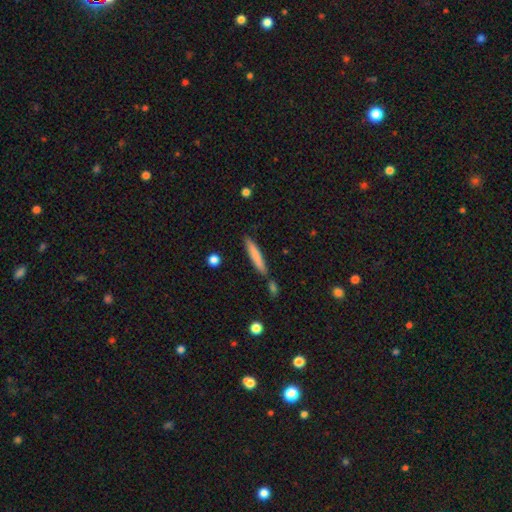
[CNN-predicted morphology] Smooth or featured? smooth (77%)
How rounded? cigar-shaped (92%)
Merging? none (80%)